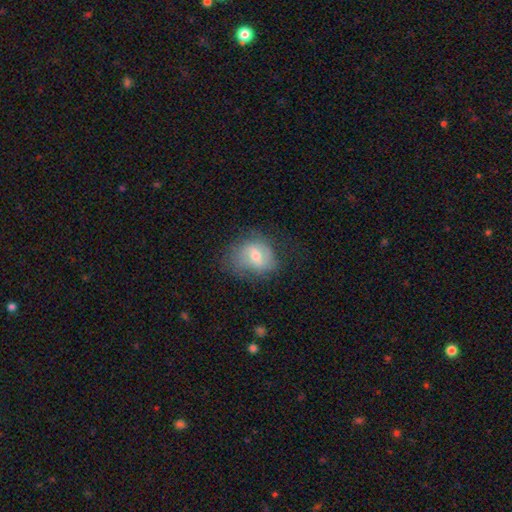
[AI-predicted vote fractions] Smooth or featured: smooth — 50% (featured or disk — 42%)
Merging: none — 56% (minor disturbance — 27%)